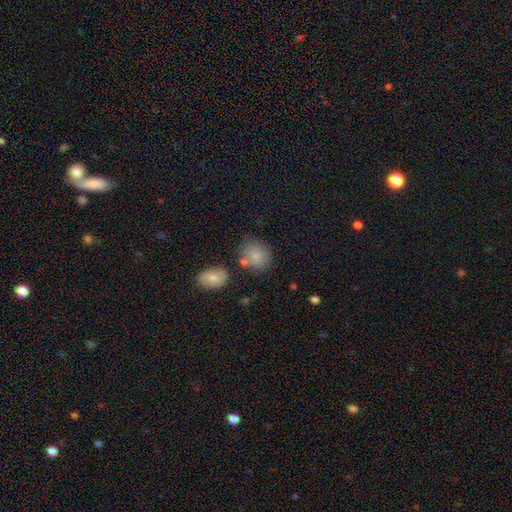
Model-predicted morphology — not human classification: Smooth or featured?
  - smooth: 81% *
  - featured or disk: 10%
  - star or artifact: 9%
How rounded?
  - round: 78% *
  - in between: 21%
  - cigar-shaped: 1%
Merging?
  - none: 68% *
  - minor disturbance: 14%
  - merger: 13%
  - major disturbance: 4%